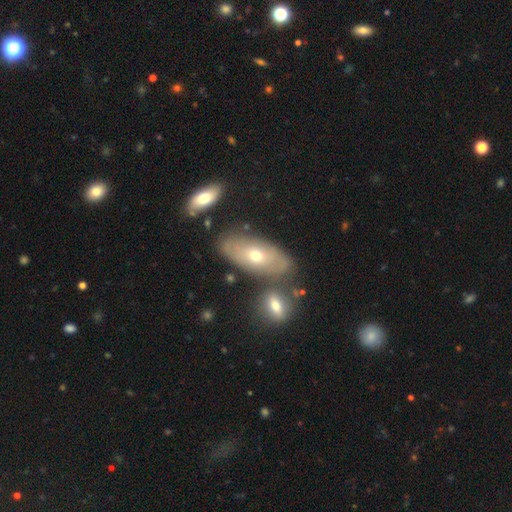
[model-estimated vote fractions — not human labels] Smooth or featured: smooth — 47% (featured or disk — 44%)
Merging: none — 68% (minor disturbance — 16%)